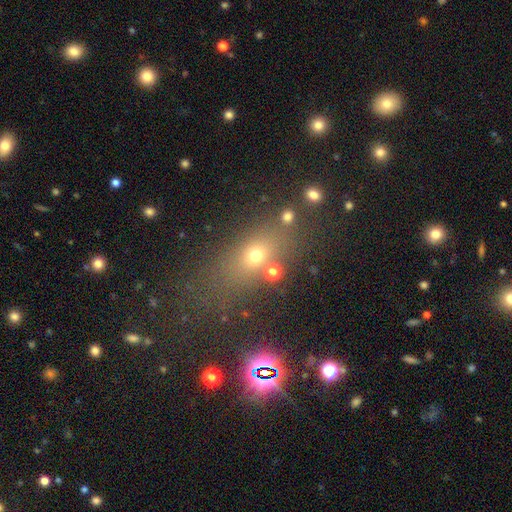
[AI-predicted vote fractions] smooth 59%, star or artifact 23%, featured or disk 18%. Down the decision tree: how rounded — in between (60%); merging — none (68%).